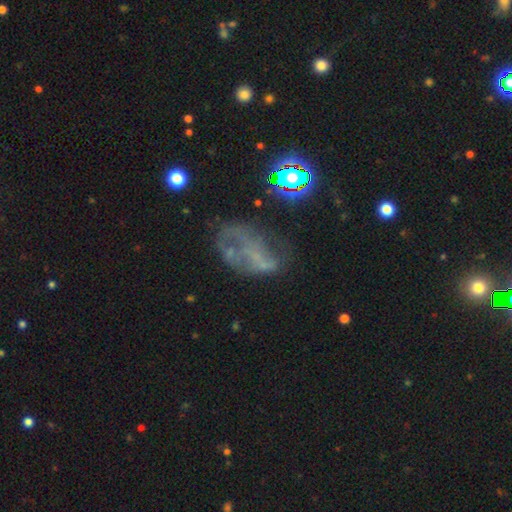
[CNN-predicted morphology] smooth-or-featured: featured or disk: 49% | star or artifact: 26% | smooth: 25%
  merging: none: 36% | major disturbance: 35% | minor disturbance: 23% | merger: 7%